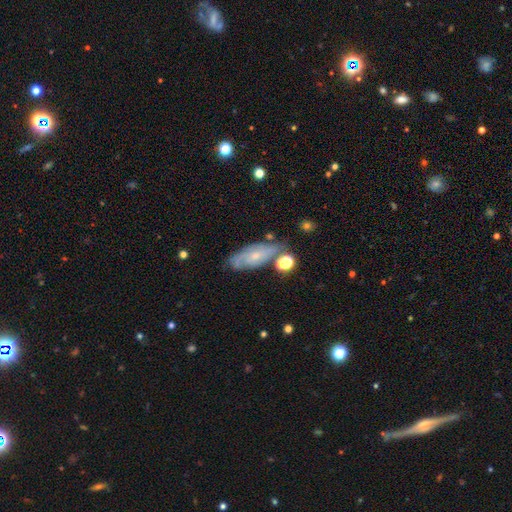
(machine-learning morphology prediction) This appears to be a featured or disk galaxy (61%) with no bar (73%), spiral arms (79%) and a small central bulge (70%). Merging: none (64%).